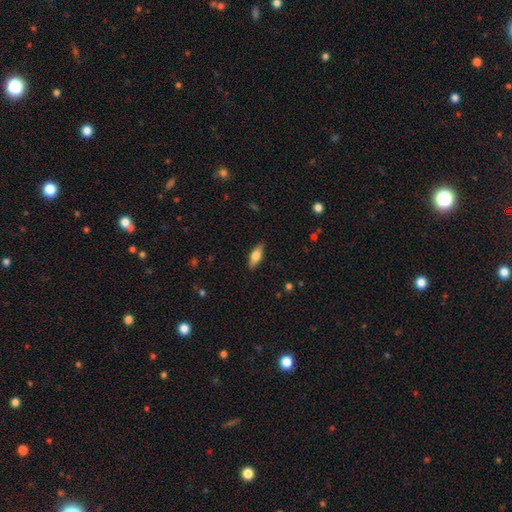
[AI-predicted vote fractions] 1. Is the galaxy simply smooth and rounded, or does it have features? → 66% smooth, 28% featured or disk, 6% star or artifact.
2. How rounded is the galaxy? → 69% in between, 28% cigar-shaped, 3% round.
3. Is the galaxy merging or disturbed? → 87% none, 9% minor disturbance, 2% major disturbance, 1% merger.